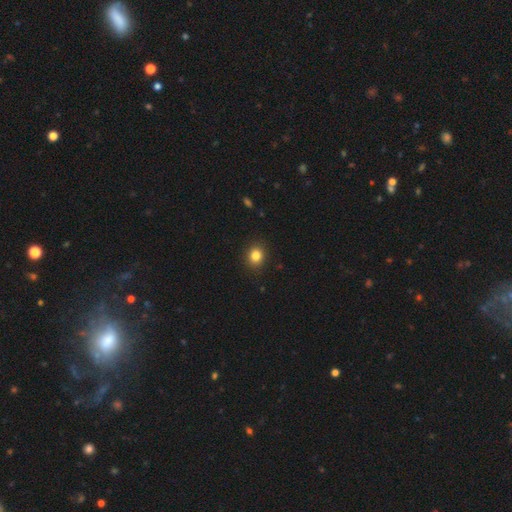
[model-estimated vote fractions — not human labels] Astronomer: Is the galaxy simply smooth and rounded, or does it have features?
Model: smooth — 84%.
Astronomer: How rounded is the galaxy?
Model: round — 72%.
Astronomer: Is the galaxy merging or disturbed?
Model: none — 90%.